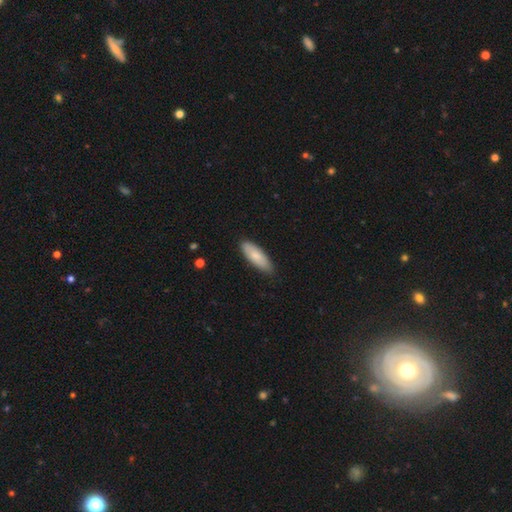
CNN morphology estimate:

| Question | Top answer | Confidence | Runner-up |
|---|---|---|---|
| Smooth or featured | smooth | 80% | featured or disk (15%) |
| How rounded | in between | 63% | cigar-shaped (35%) |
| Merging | none | 82% | minor disturbance (15%) |